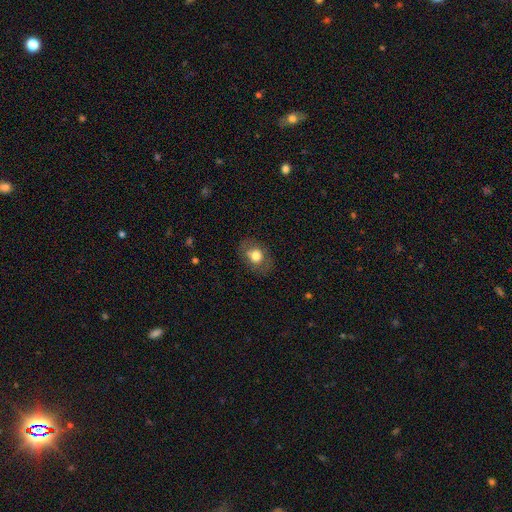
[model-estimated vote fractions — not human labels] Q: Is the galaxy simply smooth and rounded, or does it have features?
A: smooth — 66%.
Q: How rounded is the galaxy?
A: in between — 62%.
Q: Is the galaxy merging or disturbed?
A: none — 77%.